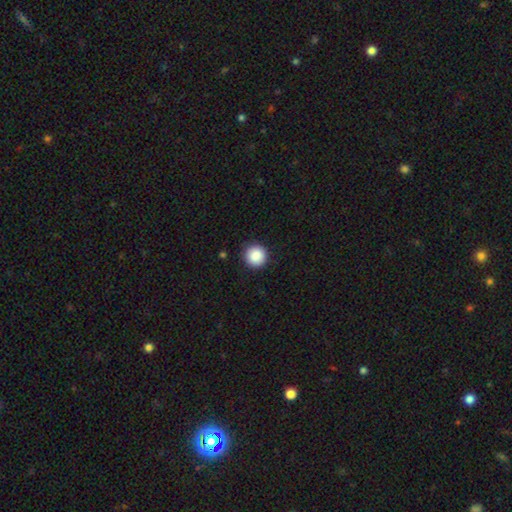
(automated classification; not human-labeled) smooth-or-featured: smooth: 87% | star or artifact: 8% | featured or disk: 5%
  how-rounded: round: 95% | in between: 4% | cigar-shaped: 1%
  merging: none: 91% | minor disturbance: 6% | major disturbance: 2% | merger: 1%